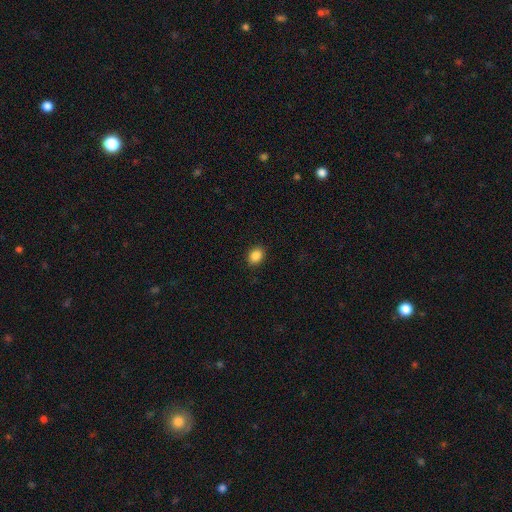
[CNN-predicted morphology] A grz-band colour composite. It shows a smooth galaxy with no disk features (88%) that is in between round and cigar-shaped (64%). Merging: none (89%).